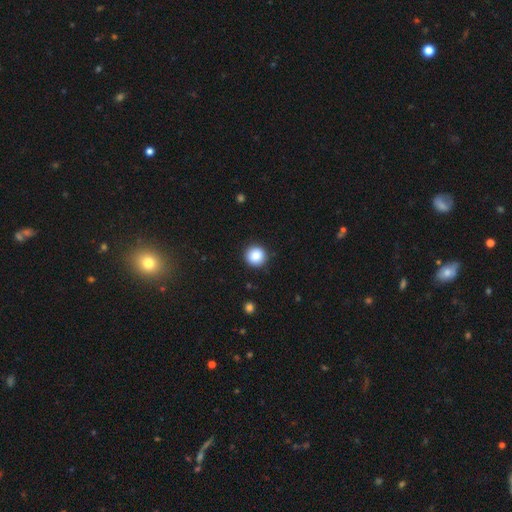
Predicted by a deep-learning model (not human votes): The model was most divided on "smooth or featured": smooth: 87%, star or artifact: 9%, featured or disk: 4%. More confident: how rounded — round (95%); merging — none (91%).